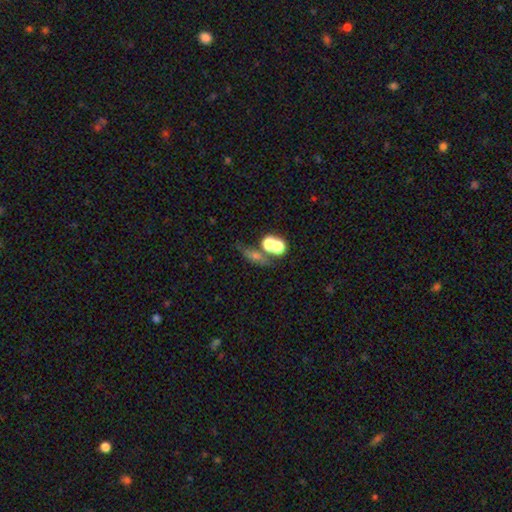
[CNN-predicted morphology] A smooth galaxy with no disk features (49%). Merging: none (43%).